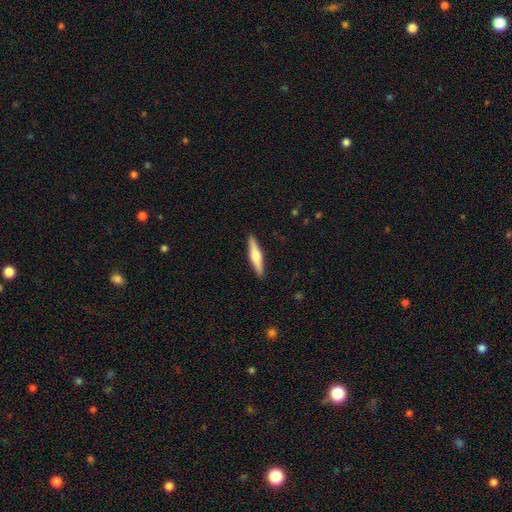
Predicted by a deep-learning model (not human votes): featured or disk 52%, smooth 43%, star or artifact 5%. Down the decision tree: edge-on disk — yes (97%); edge-on bulge — rounded (89%); merging — none (91%).